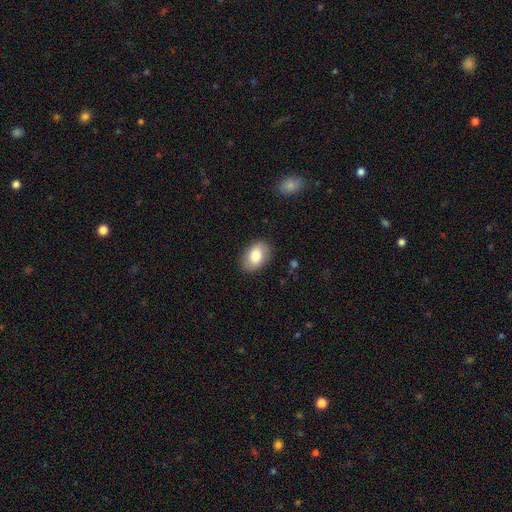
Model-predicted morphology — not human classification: This appears to be a smooth galaxy with no disk features (79%) that is in between round and cigar-shaped (87%). Merging: none (85%).